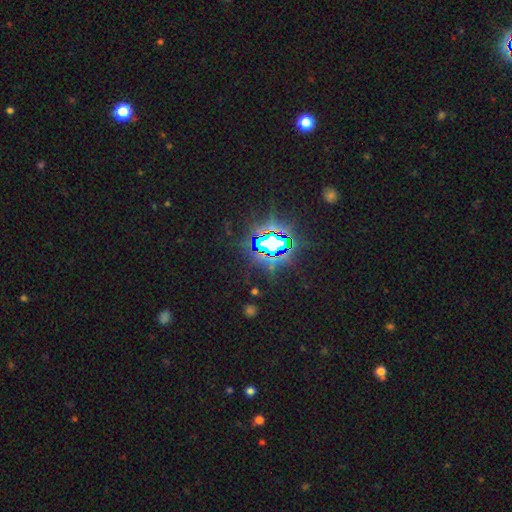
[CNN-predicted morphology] A star or artifact, not a galaxy (83%).